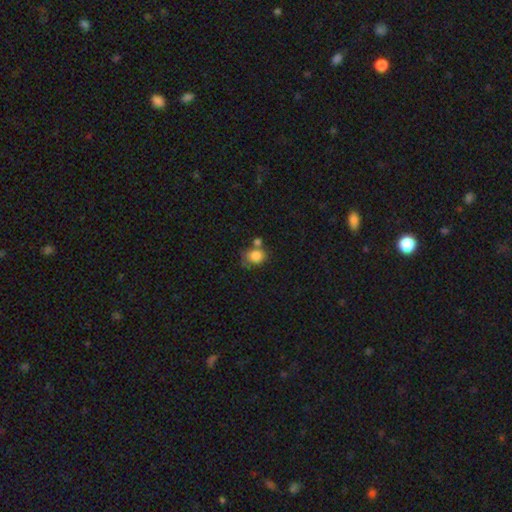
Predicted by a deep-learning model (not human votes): A smooth galaxy with no disk features (83%) that is round (61%).

Vote fractions:
- Smooth or featured? smooth: 83% / star or artifact: 9% / featured or disk: 8%
- How rounded? round: 61% / in between: 38% / cigar-shaped: 1%
- Merging? none: 44% / merger: 27% / minor disturbance: 20% / major disturbance: 9%